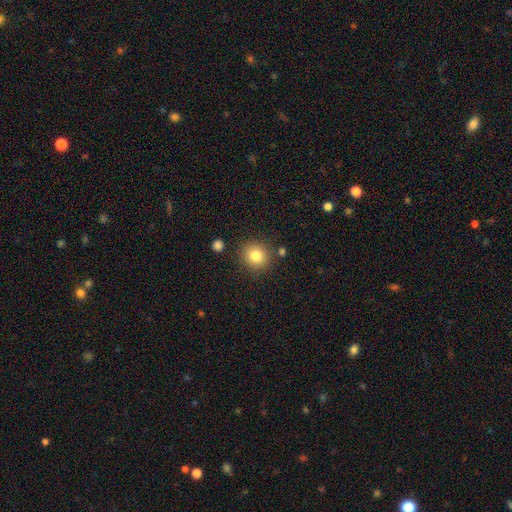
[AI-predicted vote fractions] Smooth or featured: smooth — 82% (star or artifact — 11%)
How rounded: round — 86% (in between — 14%)
Merging: none — 85% (minor disturbance — 8%)